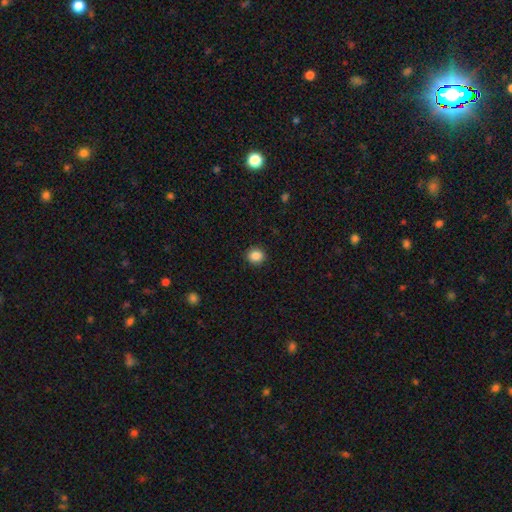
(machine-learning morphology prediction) smooth 87%, star or artifact 10%, featured or disk 3%. Down the decision tree: how rounded — round (85%); merging — none (92%).